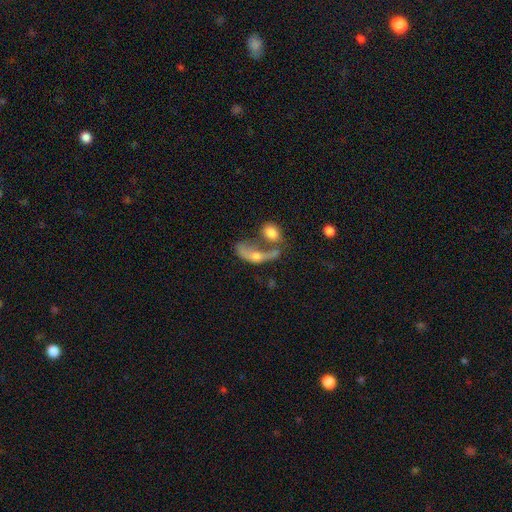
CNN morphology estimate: A featured or disk galaxy (44%, tied with smooth). Merging: merger (53%).